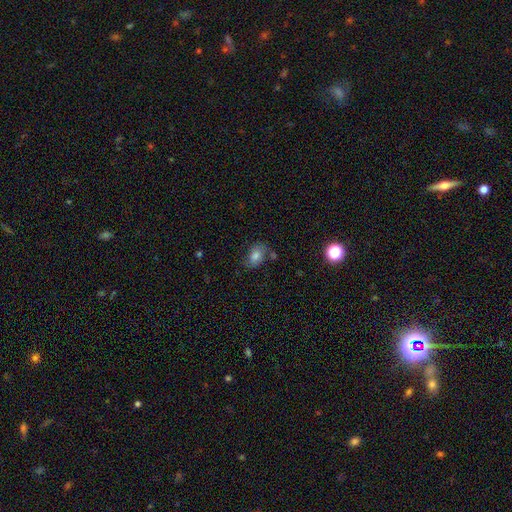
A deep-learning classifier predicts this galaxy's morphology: This appears to be a smooth galaxy with no disk features (70%) that is in between round and cigar-shaped (79%). Merging: none (59%).